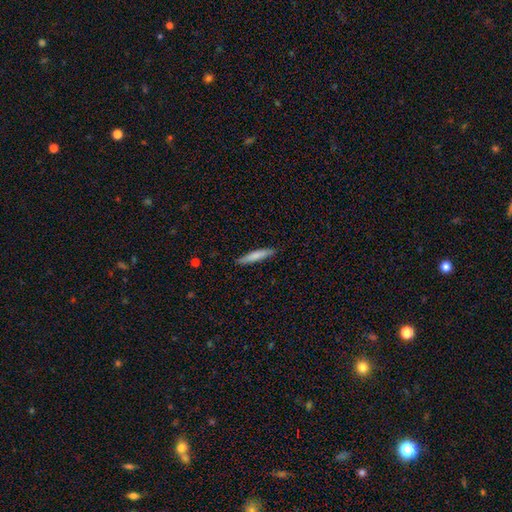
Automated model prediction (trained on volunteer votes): Smooth or featured: smooth — 76% (featured or disk — 19%)
How rounded: cigar-shaped — 91% (in between — 7%)
Merging: none — 88% (minor disturbance — 9%)